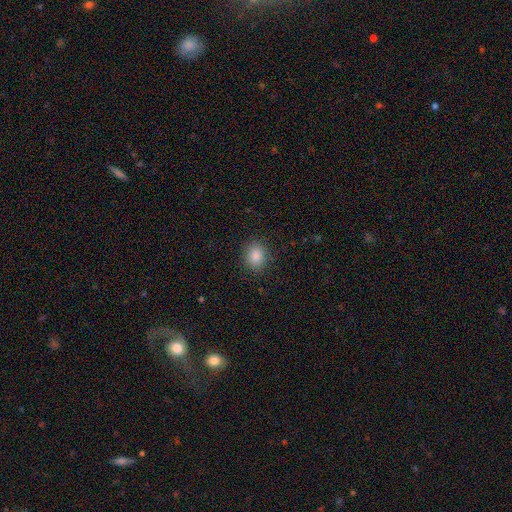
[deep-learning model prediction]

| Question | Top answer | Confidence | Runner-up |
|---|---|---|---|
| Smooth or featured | smooth | 86% | star or artifact (10%) |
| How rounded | round | 60% | in between (39%) |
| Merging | none | 89% | minor disturbance (8%) |